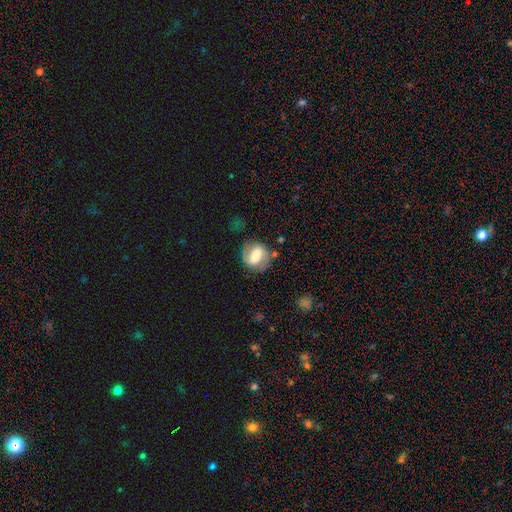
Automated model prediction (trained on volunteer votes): Overall: featured or disk (52%; smooth 40%). Edge-on disk: no (95%). Merging: none (70%).